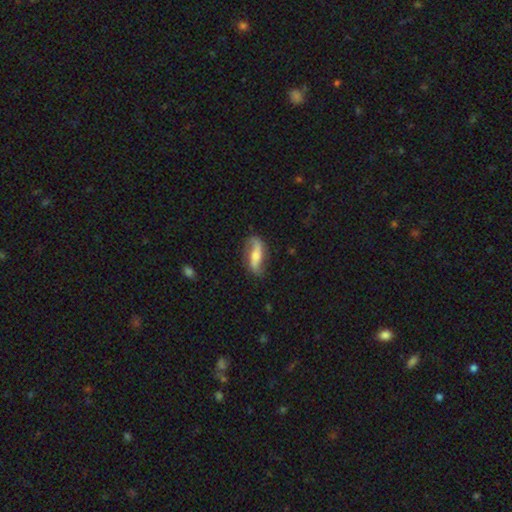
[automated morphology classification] smooth-or-featured: featured or disk: 68% | smooth: 26% | star or artifact: 6%
  disk-edge-on: no: 82% | yes: 18%
    bar: no: 37% | strong: 32% | weak: 31%
    has-spiral-arms: yes: 90% | no: 10%
    bulge-size: moderate: 51% | small: 29% | large: 11% | none: 7% | dominant: 2%
  merging: none: 73% | minor disturbance: 19% | major disturbance: 7% | merger: 2%